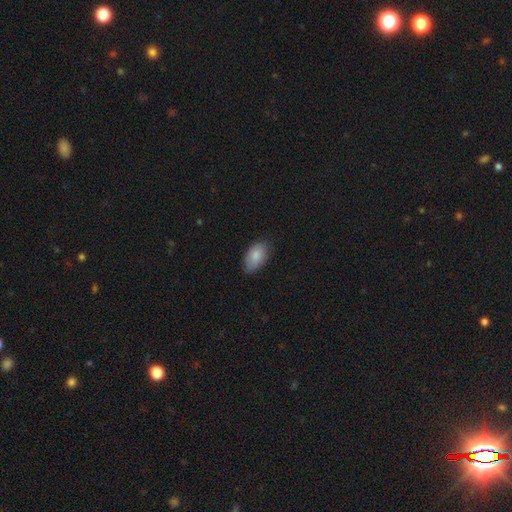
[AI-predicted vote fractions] Q: Smooth or featured?
A: smooth (85%); runner-up: featured or disk (9%)
Q: How rounded?
A: in between (94%); runner-up: round (4%)
Q: Merging?
A: none (77%); runner-up: minor disturbance (19%)